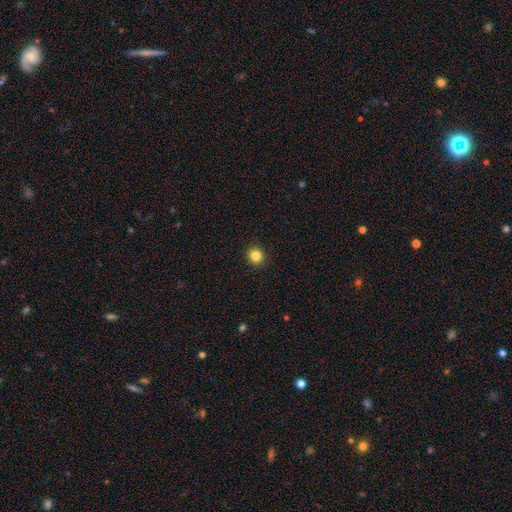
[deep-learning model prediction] smooth_or_featured: smooth (p=0.84) [alt: star or artifact p=0.11]
how_rounded: round (p=0.90) [alt: in between p=0.09]
merging: none (p=0.92) [alt: minor disturbance p=0.05]